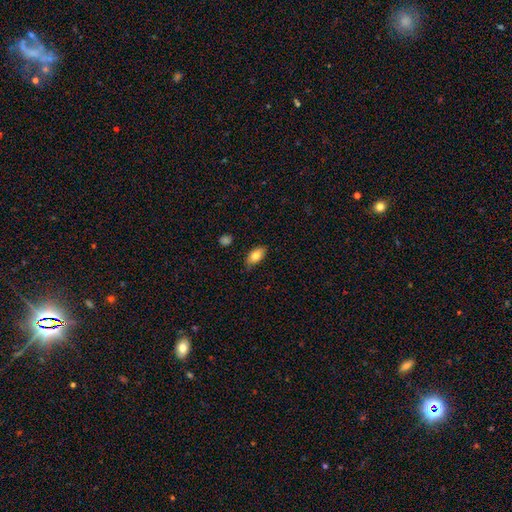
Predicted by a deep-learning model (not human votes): This is likely a smooth galaxy (79%). How rounded: clearly in between (91%). Merging: clearly none (81%).